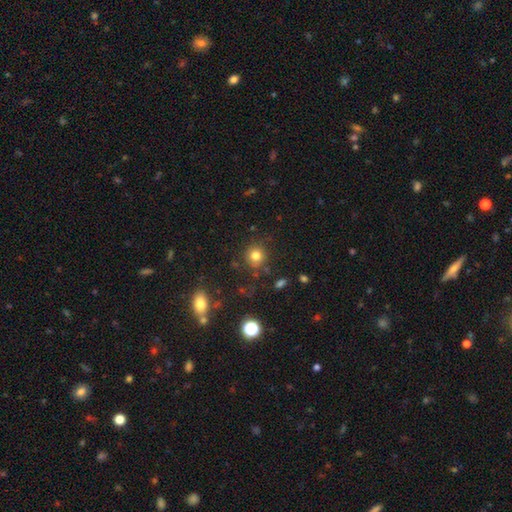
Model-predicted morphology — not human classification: A smooth galaxy with no disk features (79%) that is round (89%). Merging: none (81%).